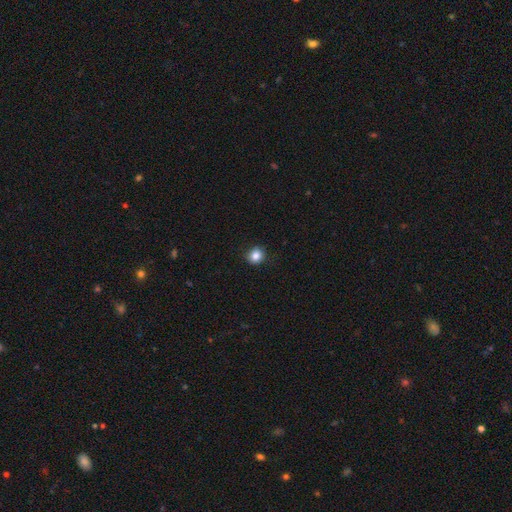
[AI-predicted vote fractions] Smooth or featured: smooth — 84% (star or artifact — 10%)
How rounded: round — 81% (in between — 18%)
Merging: none — 88% (minor disturbance — 9%)